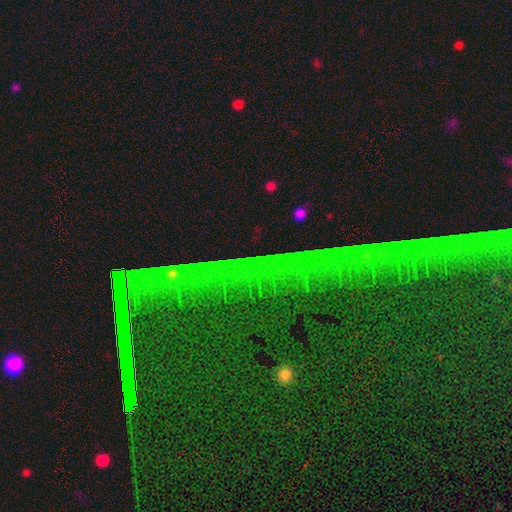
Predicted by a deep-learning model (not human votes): smooth-or-featured: star or artifact: 83% | featured or disk: 9% | smooth: 8%